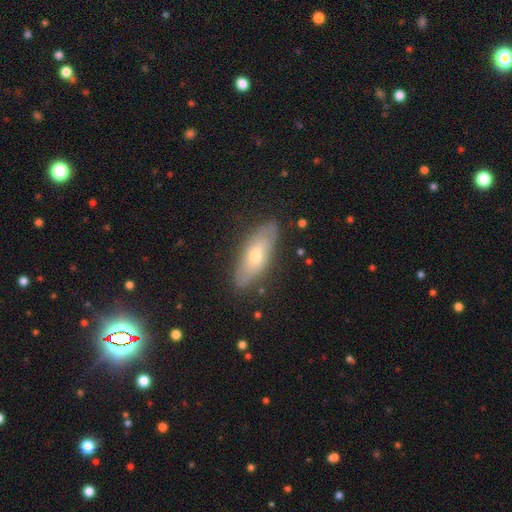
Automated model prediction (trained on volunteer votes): smooth-or-featured: smooth: 49% | featured or disk: 44% | star or artifact: 7%
  merging: none: 83% | minor disturbance: 13% | major disturbance: 3% | merger: 1%